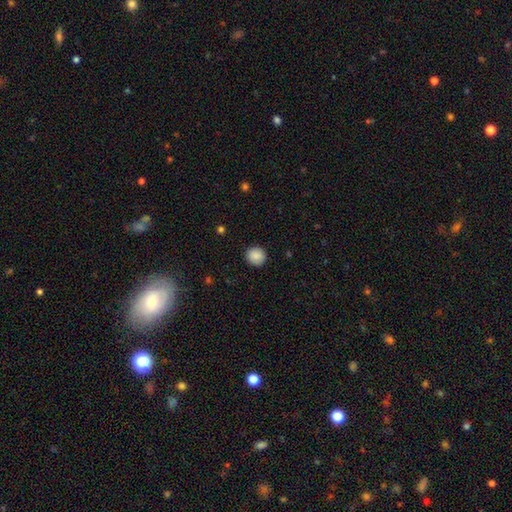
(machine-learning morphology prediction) smooth 88%, star or artifact 8%, featured or disk 4%. Down the decision tree: how rounded — round (92%); merging — none (90%).